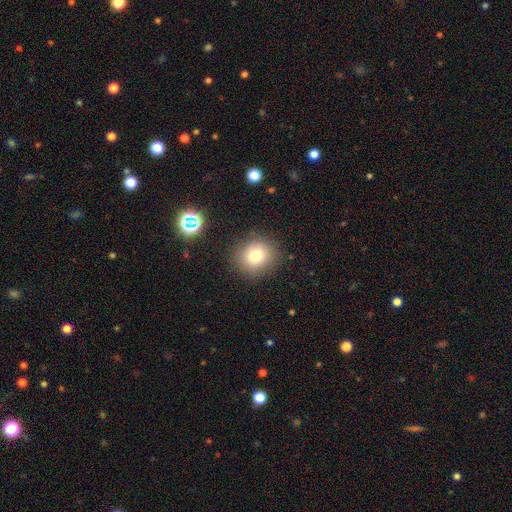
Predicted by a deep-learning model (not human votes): A smooth galaxy with no disk features (77%) that is round (80%).

Vote fractions:
- Smooth or featured? smooth: 77% / star or artifact: 13% / featured or disk: 10%
- How rounded? round: 80% / in between: 20% / cigar-shaped: 1%
- Merging? none: 86% / minor disturbance: 9% / major disturbance: 3% / merger: 2%